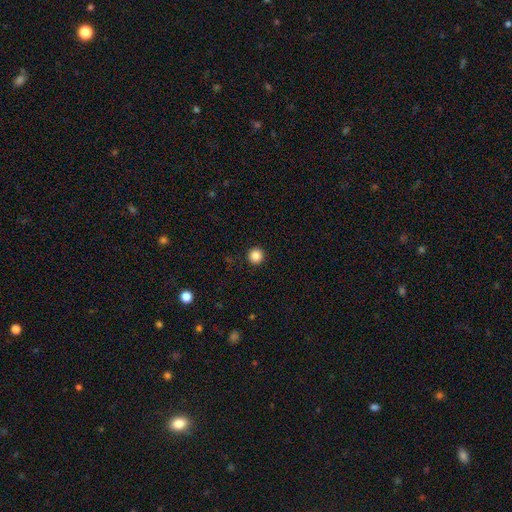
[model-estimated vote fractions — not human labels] smooth 87%, star or artifact 10%, featured or disk 3%. Down the decision tree: how rounded — round (96%); merging — none (93%).